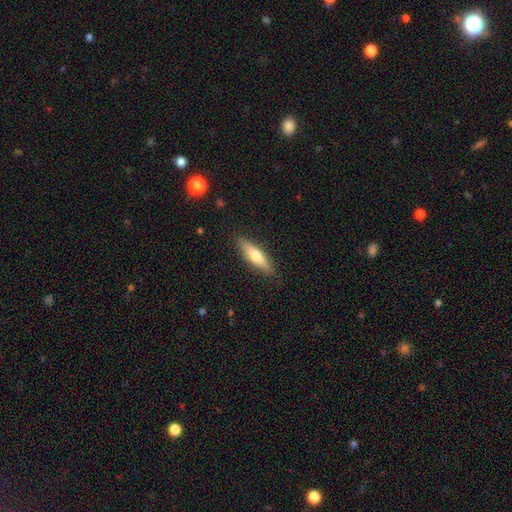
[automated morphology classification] The model was most divided on "smooth or featured": smooth: 60%, featured or disk: 35%, star or artifact: 6%. More confident: merging — none (87%); how rounded — cigar-shaped (69%).